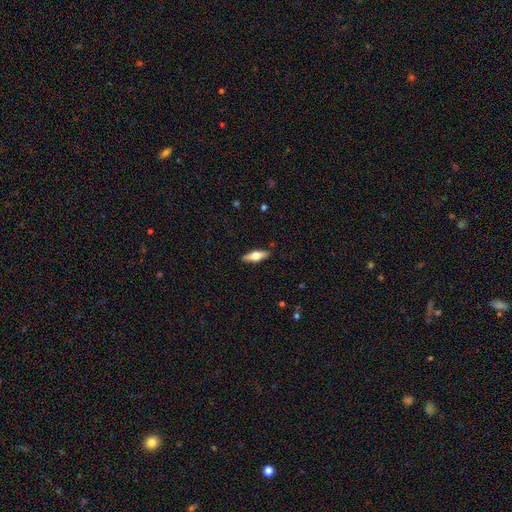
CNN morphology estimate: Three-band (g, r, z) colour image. It shows a smooth galaxy with no disk features (55%) that is in between round and cigar-shaped (56%). Merging: none (88%).